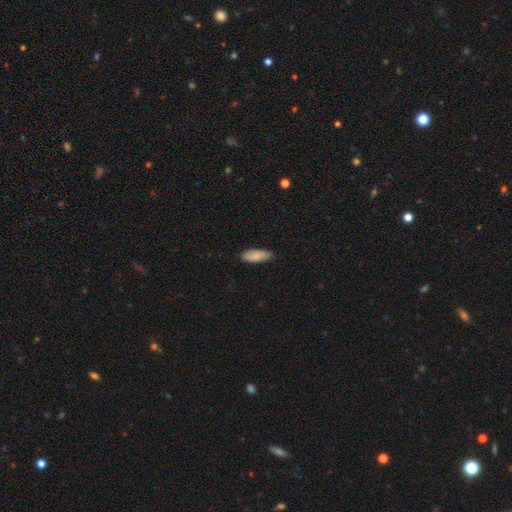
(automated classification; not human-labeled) Overall: smooth (86%). How rounded: in between (73%). Merging: none (82%).